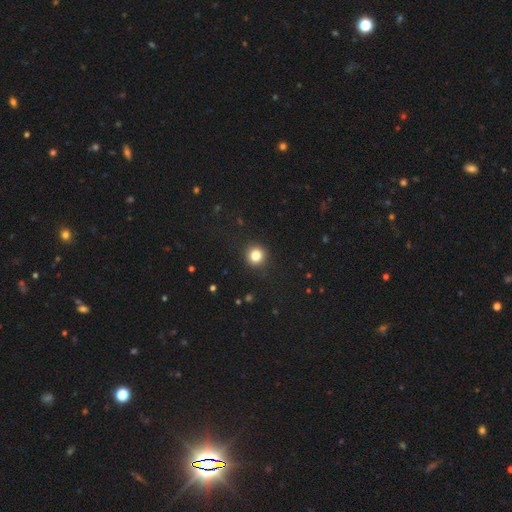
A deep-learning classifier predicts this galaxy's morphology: Smooth or featured?
  - smooth: 82% *
  - star or artifact: 12%
  - featured or disk: 6%
How rounded?
  - round: 93% *
  - in between: 6%
  - cigar-shaped: 1%
Merging?
  - none: 92% *
  - minor disturbance: 5%
  - major disturbance: 2%
  - merger: 1%